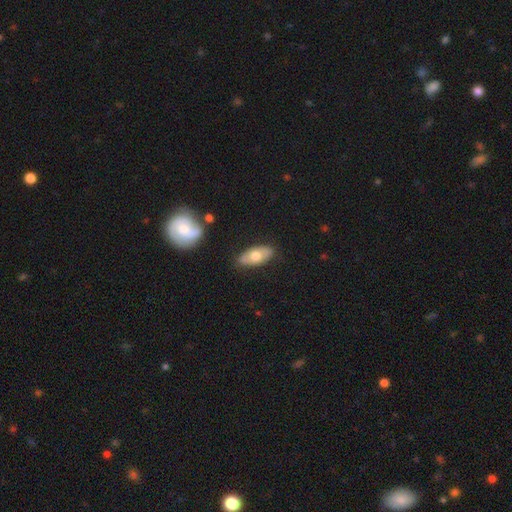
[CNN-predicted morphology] This is likely a smooth galaxy (65%). How rounded: clearly in between (89%). Merging: clearly none (83%).